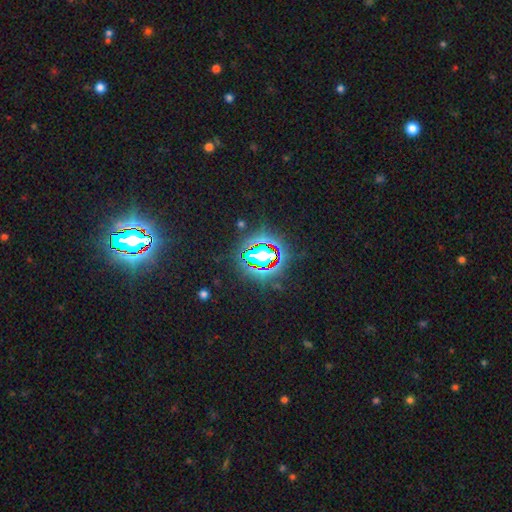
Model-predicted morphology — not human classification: smooth-or-featured: star or artifact: 81% | smooth: 11% | featured or disk: 8%